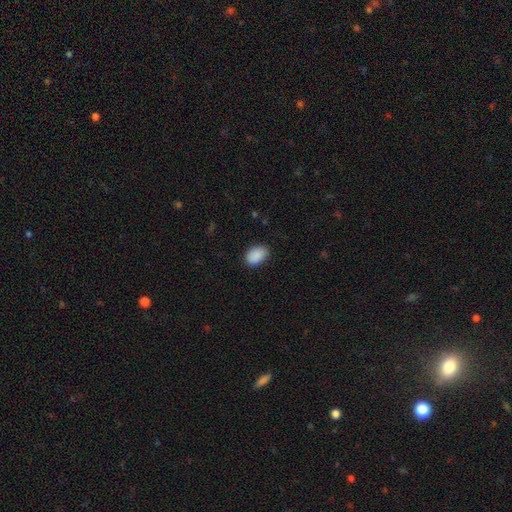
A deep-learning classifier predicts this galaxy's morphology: Q: Smooth or featured?
A: smooth (90%); runner-up: star or artifact (7%)
Q: How rounded?
A: in between (88%); runner-up: round (11%)
Q: Merging?
A: none (85%); runner-up: minor disturbance (12%)